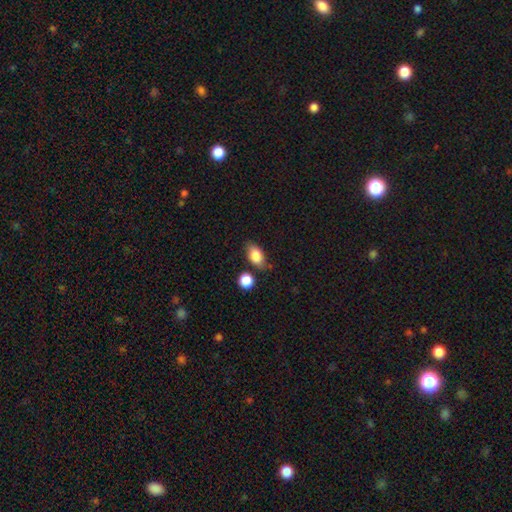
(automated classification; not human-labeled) Smooth or featured: smooth — 83% (featured or disk — 9%)
How rounded: in between — 85% (round — 10%)
Merging: none — 74% (minor disturbance — 16%)